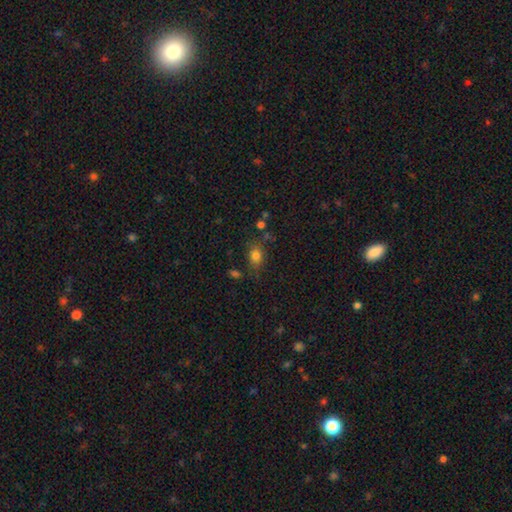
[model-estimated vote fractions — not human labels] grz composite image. It shows a smooth galaxy with no disk features (79%) that is in between round and cigar-shaped (66%). Merging: none (67%).